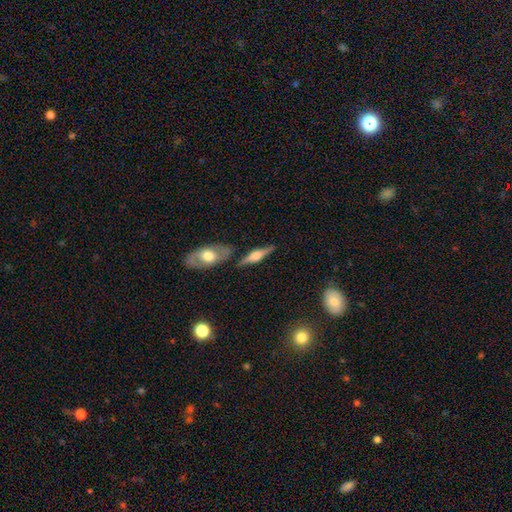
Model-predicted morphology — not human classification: featured or disk 75%, smooth 20%, star or artifact 5%. Down the decision tree: edge-on disk — yes (96%); edge-on bulge — rounded (91%); merging — none (79%).